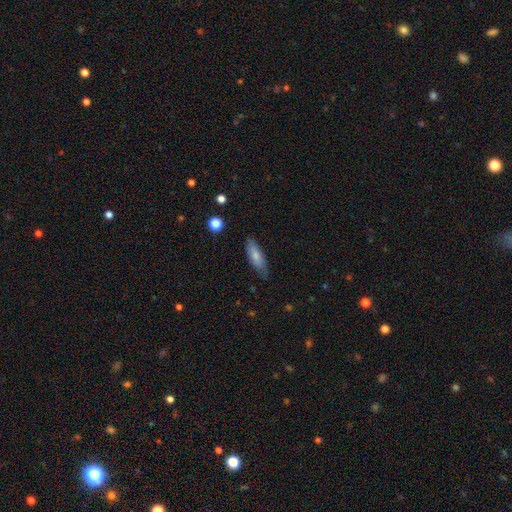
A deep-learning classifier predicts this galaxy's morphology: Smooth or featured? Predicted: smooth (p=0.76). How rounded? Predicted: in between (p=0.59). Merging? Predicted: none (p=0.75).